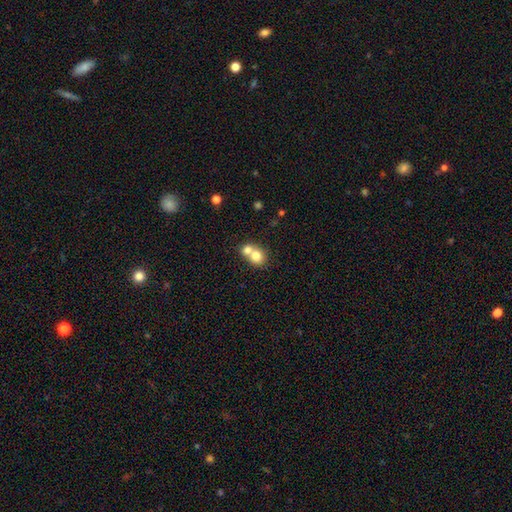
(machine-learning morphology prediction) Smooth or featured: smooth — 75% (featured or disk — 15%)
How rounded: round — 75% (in between — 24%)
Merging: merger — 63% (none — 30%)